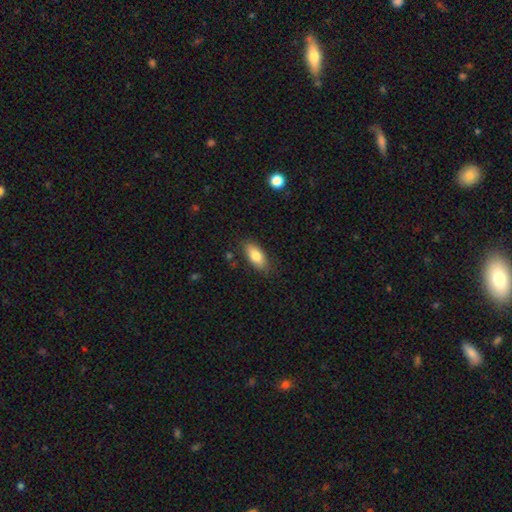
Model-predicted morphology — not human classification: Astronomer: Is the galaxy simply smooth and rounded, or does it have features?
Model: smooth — 81%.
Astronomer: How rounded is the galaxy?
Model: in between — 86%.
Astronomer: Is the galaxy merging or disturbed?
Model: none — 83%.